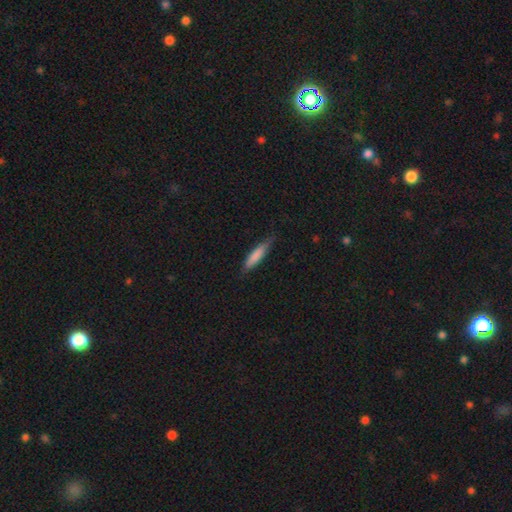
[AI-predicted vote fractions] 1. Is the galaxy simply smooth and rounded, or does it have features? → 80% smooth, 14% featured or disk, 5% star or artifact.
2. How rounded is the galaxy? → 79% cigar-shaped, 19% in between, 1% round.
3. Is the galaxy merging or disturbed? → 74% none, 21% minor disturbance, 3% major disturbance, 1% merger.